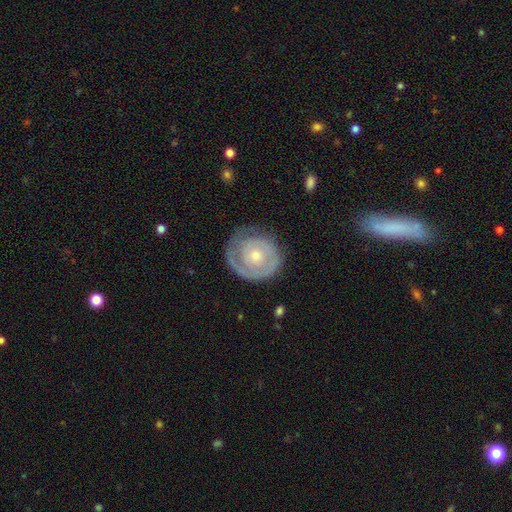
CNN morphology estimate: A featured or disk galaxy (75%) with no bar (82%), 1 (47%) tight (77%) spiral arms (83%) and a small central bulge (55%). Merging: none (72%).